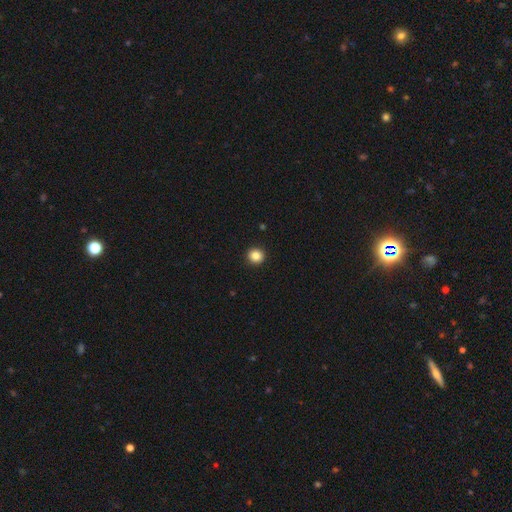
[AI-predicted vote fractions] smooth 85%, star or artifact 10%, featured or disk 4%. Down the decision tree: how rounded — round (92%); merging — none (93%).